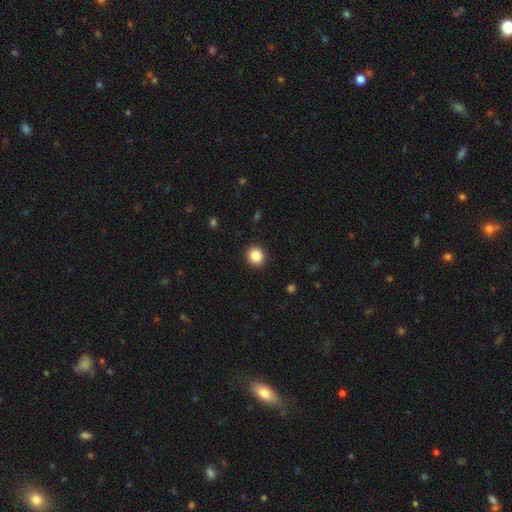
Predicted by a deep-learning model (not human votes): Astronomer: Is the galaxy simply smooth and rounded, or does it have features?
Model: smooth — 87%.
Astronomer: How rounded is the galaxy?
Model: round — 85%.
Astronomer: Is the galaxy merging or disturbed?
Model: none — 91%.